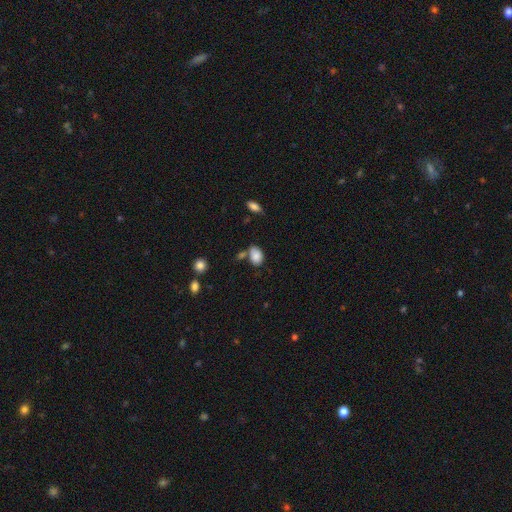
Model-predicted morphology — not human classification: Q: Smooth or featured?
A: smooth (85%); runner-up: star or artifact (9%)
Q: How rounded?
A: in between (83%); runner-up: round (15%)
Q: Merging?
A: none (54%); runner-up: minor disturbance (21%)